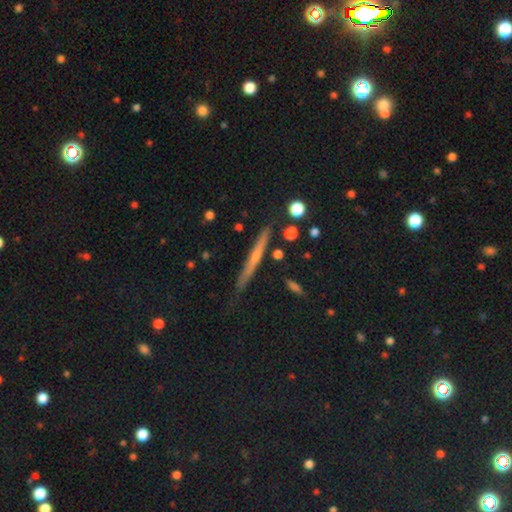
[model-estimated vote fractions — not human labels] Smooth or featured?
  - featured or disk: 59% *
  - smooth: 33%
  - star or artifact: 9%
Edge-on disk?
  - yes: 96% *
  - no: 4%
Edge-on bulge?
  - none: 49% *
  - rounded: 47%
  - boxy: 4%
Merging?
  - none: 82% *
  - minor disturbance: 13%
  - merger: 3%
  - major disturbance: 2%